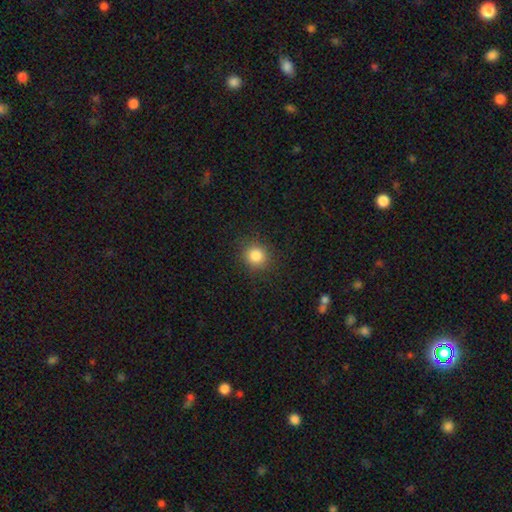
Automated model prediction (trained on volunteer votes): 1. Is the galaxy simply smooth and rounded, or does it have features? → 83% smooth, 12% star or artifact, 5% featured or disk.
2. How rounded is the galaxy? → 89% round, 10% in between, 1% cigar-shaped.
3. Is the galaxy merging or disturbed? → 89% none, 7% minor disturbance, 2% major disturbance, 1% merger.